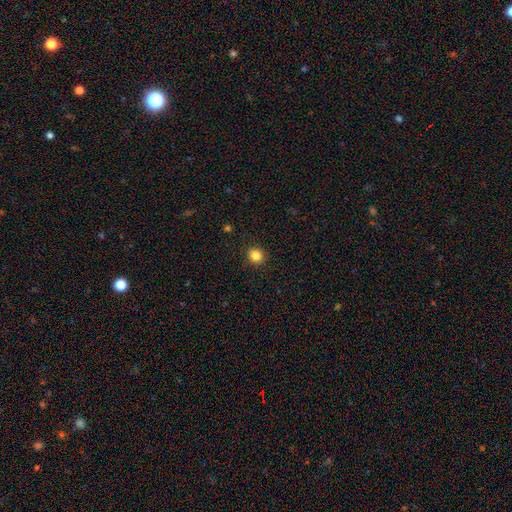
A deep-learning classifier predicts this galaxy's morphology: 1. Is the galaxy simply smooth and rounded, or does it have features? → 84% smooth, 11% star or artifact, 4% featured or disk.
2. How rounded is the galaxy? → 88% round, 11% in between, 1% cigar-shaped.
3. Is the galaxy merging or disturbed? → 91% none, 6% minor disturbance, 2% major disturbance, 1% merger.